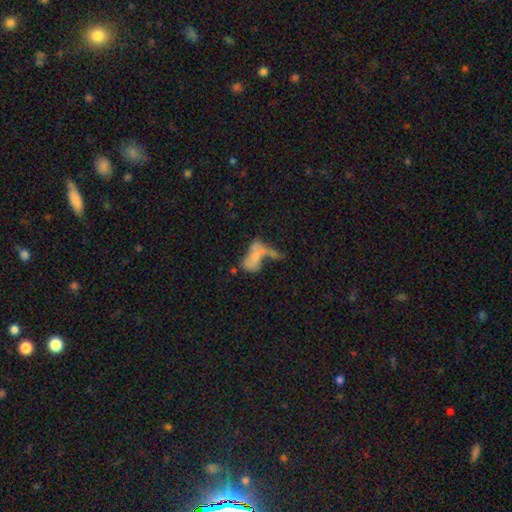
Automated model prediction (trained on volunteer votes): A smooth galaxy with no disk features (45%).

Vote fractions:
- Smooth or featured? smooth: 45% / featured or disk: 42% / star or artifact: 13%
- Merging? merger: 53% / major disturbance: 21% / none: 17% / minor disturbance: 10%